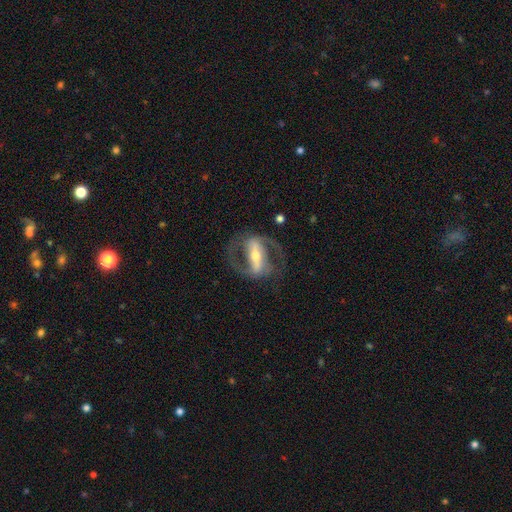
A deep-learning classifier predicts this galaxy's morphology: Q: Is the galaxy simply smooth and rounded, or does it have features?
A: featured or disk — 88%.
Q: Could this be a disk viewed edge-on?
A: no — 92%.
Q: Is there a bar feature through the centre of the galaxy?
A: strong — 78%.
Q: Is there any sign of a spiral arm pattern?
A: yes — 88%.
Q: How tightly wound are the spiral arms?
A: medium — 56%.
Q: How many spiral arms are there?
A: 2 — 91%.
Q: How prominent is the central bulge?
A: moderate — 47%.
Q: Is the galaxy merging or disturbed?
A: none — 75%.